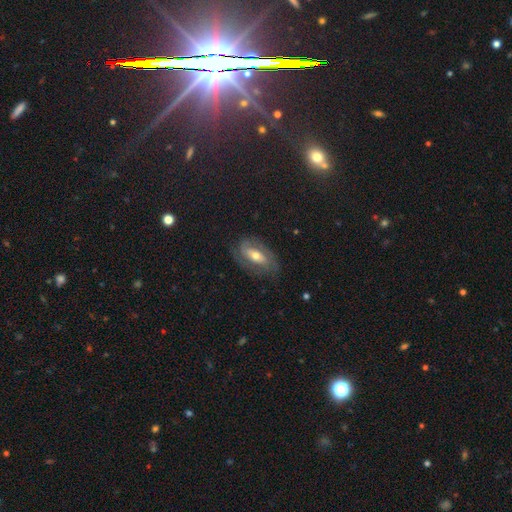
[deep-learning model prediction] Smooth or featured?
  - featured or disk: 67% *
  - smooth: 26%
  - star or artifact: 7%
Edge-on disk?
  - no: 88% *
  - yes: 12%
Bar?
  - no: 34% * (tied)
  - strong: 34% * (tied)
  - weak: 32%
Spiral arms?
  - yes: 78% *
  - no: 22%
Bulge size?
  - moderate: 64% *
  - small: 28%
  - large: 6%
  - none: 1%
  - dominant: 1%
Merging?
  - none: 71% *
  - minor disturbance: 18%
  - major disturbance: 9%
  - merger: 1%